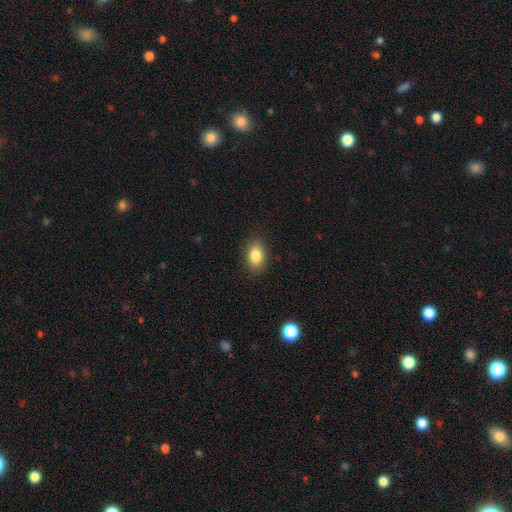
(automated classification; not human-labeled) The model was most divided on "how rounded": in between: 83%, round: 15%, cigar-shaped: 2%. More confident: merging — none (87%); smooth or featured — smooth (85%).